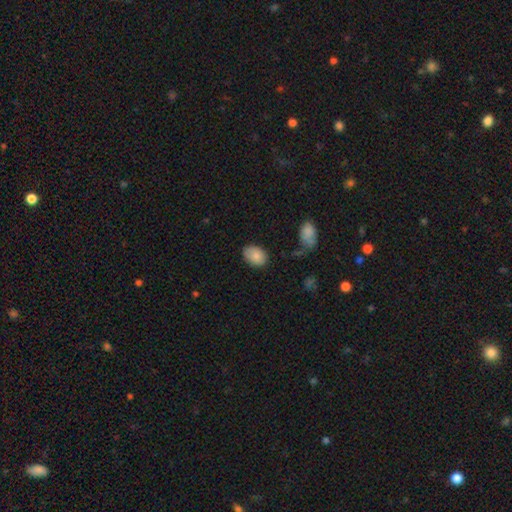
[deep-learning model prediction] A smooth galaxy with no disk features (84%) that is in between round and cigar-shaped (84%). Merging: none (76%).